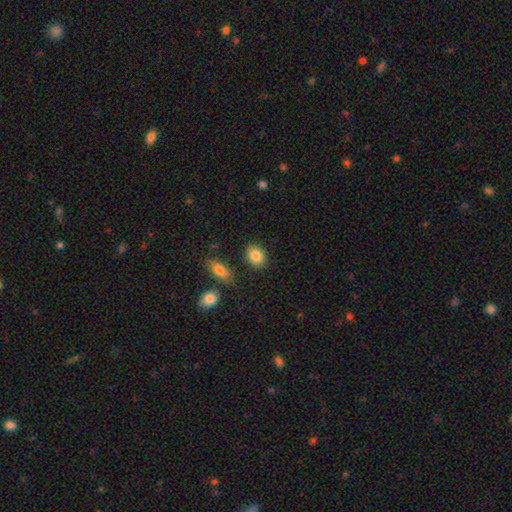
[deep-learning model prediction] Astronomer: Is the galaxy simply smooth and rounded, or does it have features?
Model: smooth — 86%.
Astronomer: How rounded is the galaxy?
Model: in between — 62%.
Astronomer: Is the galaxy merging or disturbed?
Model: none — 85%.